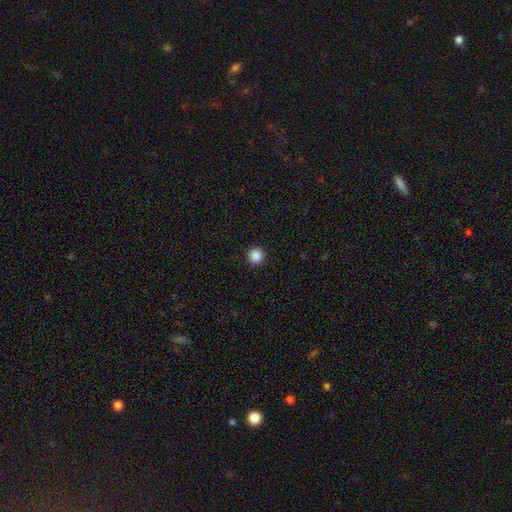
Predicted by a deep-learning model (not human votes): Smooth or featured: smooth — 88% (star or artifact — 10%)
How rounded: round — 96% (in between — 3%)
Merging: none — 94% (minor disturbance — 4%)